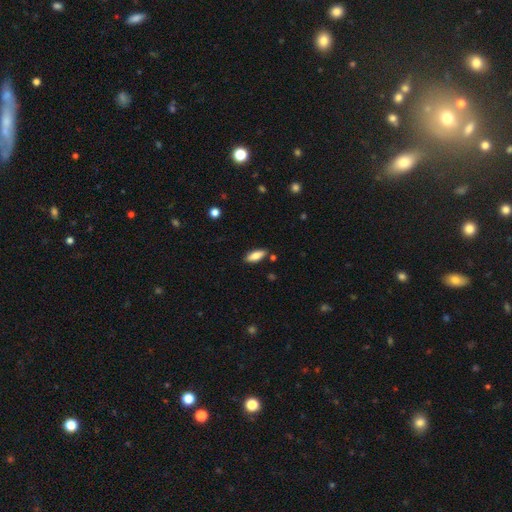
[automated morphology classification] A smooth galaxy with no disk features (79%) that is in between round and cigar-shaped (75%). Merging: none (84%).